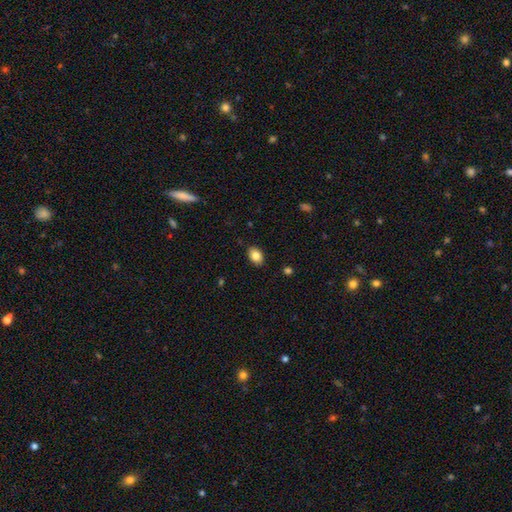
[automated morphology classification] type=smooth (84%); roundness=in between (81%); merging=none (88%).